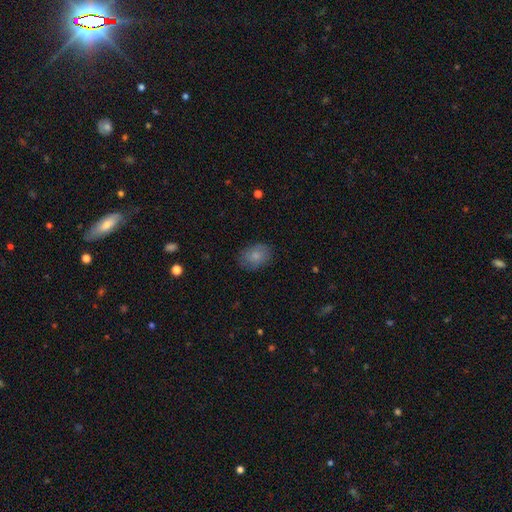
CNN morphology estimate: Q: Smooth or featured?
A: smooth (81%); runner-up: featured or disk (11%)
Q: How rounded?
A: in between (65%); runner-up: round (34%)
Q: Merging?
A: none (80%); runner-up: minor disturbance (15%)